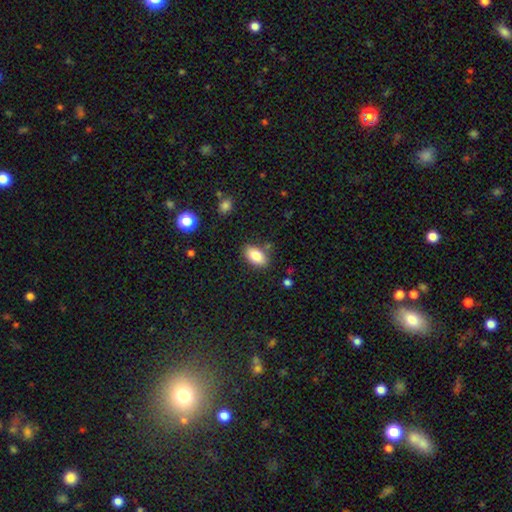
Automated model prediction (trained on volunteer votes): smooth_or_featured: smooth (p=0.84) [alt: featured or disk p=0.08]
how_rounded: in between (p=0.92) [alt: round p=0.05]
merging: none (p=0.81) [alt: minor disturbance p=0.13]